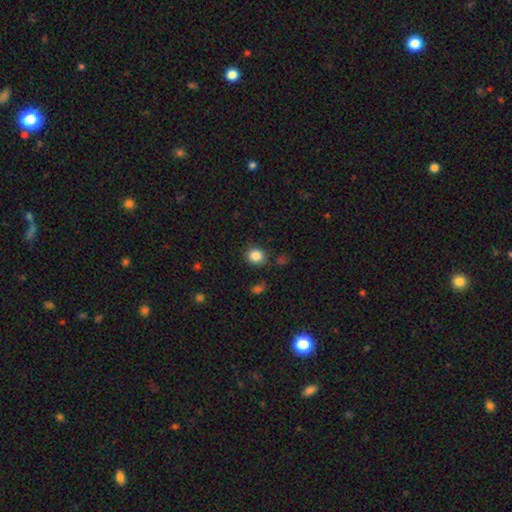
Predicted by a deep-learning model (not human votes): Overall: smooth (86%). How rounded: round (72%). Merging: none (84%).